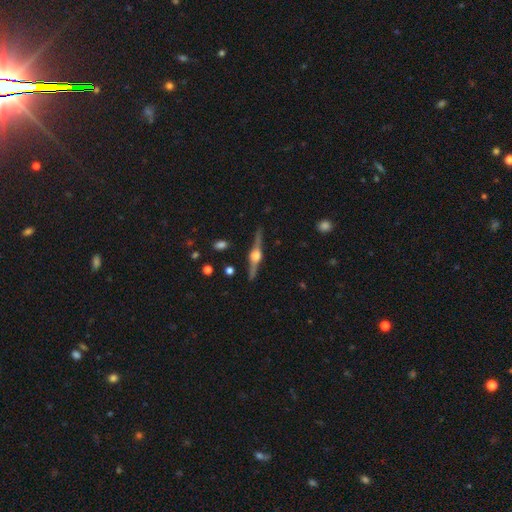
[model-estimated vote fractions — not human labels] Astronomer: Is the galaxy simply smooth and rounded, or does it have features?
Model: featured or disk — 86%.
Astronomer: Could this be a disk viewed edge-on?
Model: yes — 98%.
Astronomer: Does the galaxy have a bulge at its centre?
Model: rounded — 94%.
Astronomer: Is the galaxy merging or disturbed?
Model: none — 90%.